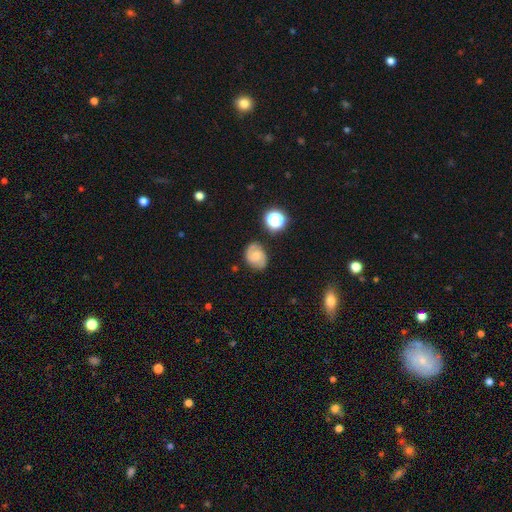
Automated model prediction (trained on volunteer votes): featured or disk 63%, smooth 27%, star or artifact 10%. Down the decision tree: edge-on disk — no (98%); bar — no (56%); spiral arms — yes (93%); spiral arm count — 2 (88%); spiral winding — medium (50%); bulge size — small (40%); merging — none (79%).